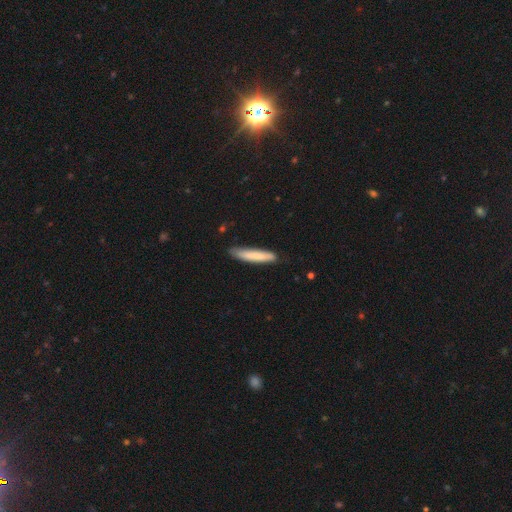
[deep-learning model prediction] smooth_or_featured: smooth (p=0.78) [alt: featured or disk p=0.16]
how_rounded: cigar-shaped (p=0.92) [alt: in between p=0.07]
merging: none (p=0.81) [alt: minor disturbance p=0.15]